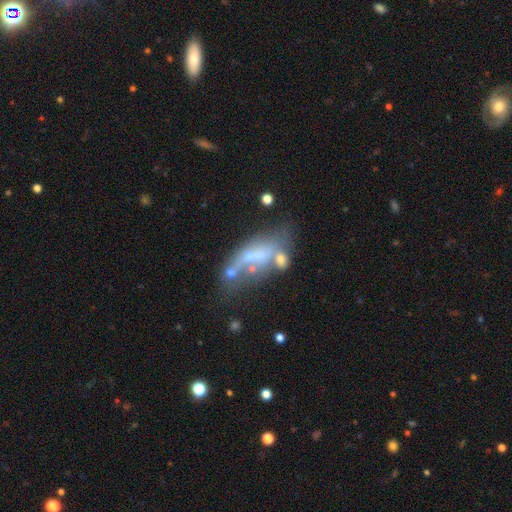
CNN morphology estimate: featured or disk 51%, smooth 35%, star or artifact 14%. Down the decision tree: edge-on disk — no (82%); merging — merger (38%).